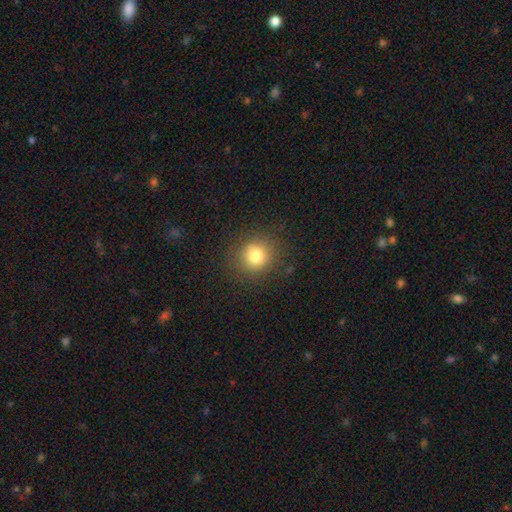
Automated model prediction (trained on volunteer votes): The model was most divided on "smooth or featured": smooth: 78%, star or artifact: 14%, featured or disk: 8%. More confident: how rounded — round (88%); merging — none (86%).